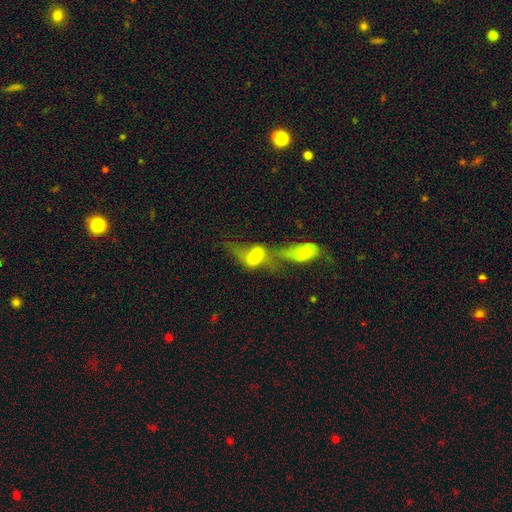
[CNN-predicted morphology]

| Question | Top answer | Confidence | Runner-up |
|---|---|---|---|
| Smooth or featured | smooth | 48% | featured or disk (42%) |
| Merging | merger | 75% | major disturbance (11%) |